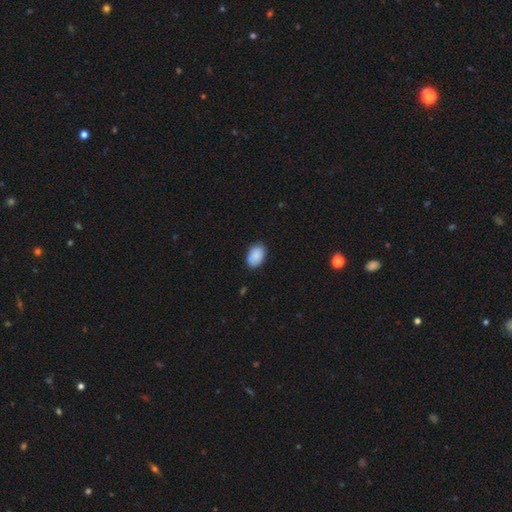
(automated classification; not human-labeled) Q: Smooth or featured?
A: smooth (89%); runner-up: star or artifact (7%)
Q: How rounded?
A: in between (87%); runner-up: round (12%)
Q: Merging?
A: none (86%); runner-up: minor disturbance (11%)